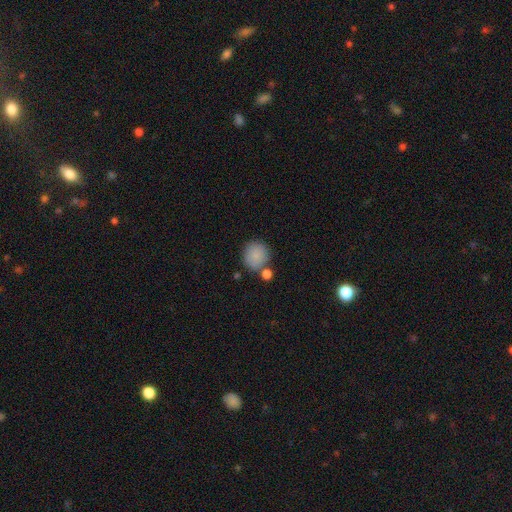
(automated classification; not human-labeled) A smooth galaxy with no disk features (86%) that is round (89%).

Vote fractions:
- Smooth or featured? smooth: 86% / star or artifact: 8% / featured or disk: 6%
- How rounded? round: 89% / in between: 10% / cigar-shaped: 1%
- Merging? none: 68% / merger: 16% / minor disturbance: 12% / major disturbance: 4%